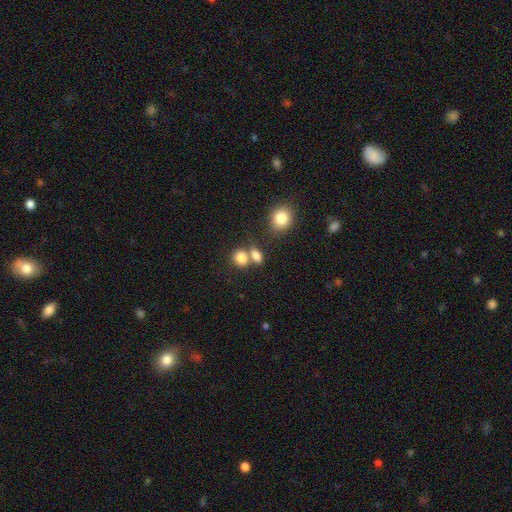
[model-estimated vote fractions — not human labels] This is clearly a smooth galaxy (82%). How rounded: possibly round (50%). Merging: possibly none (48%).